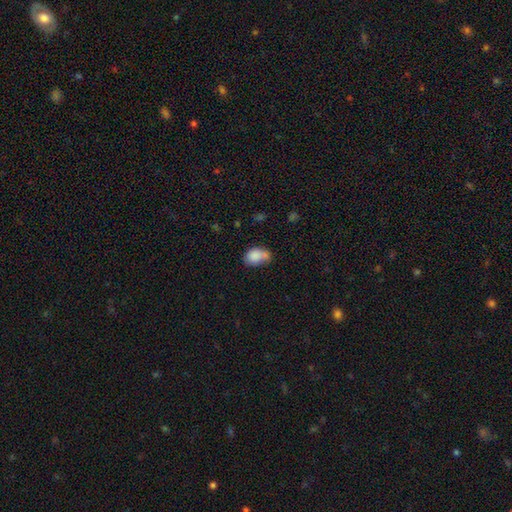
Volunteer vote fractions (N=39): This appears to be a smooth galaxy with no disk features (87%) that is in between round and cigar-shaped (65%). Merging: none (39%).